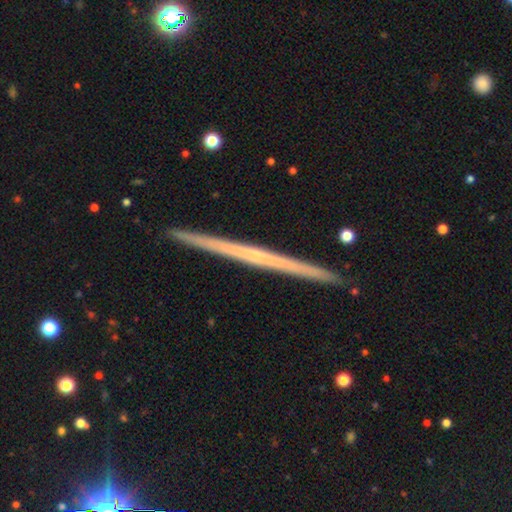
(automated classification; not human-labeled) smooth_or_featured: featured or disk (p=0.67) [alt: smooth p=0.26]
disk_edge_on: yes (p=0.98) [alt: no p=0.02]
edge_on_bulge: none (p=0.87) [alt: rounded p=0.10]
merging: none (p=0.93) [alt: minor disturbance p=0.05]